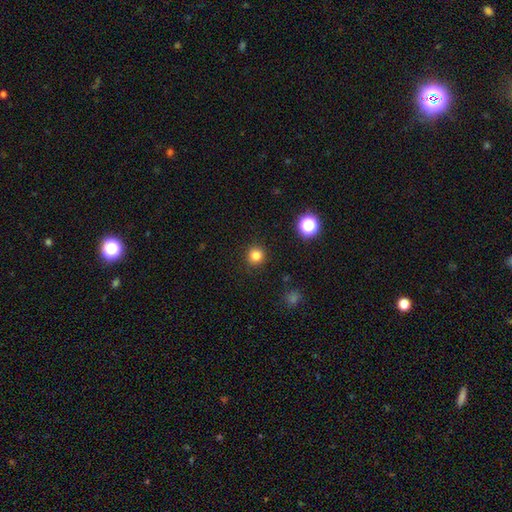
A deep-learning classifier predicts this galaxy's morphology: Smooth or featured?
  - smooth: 82% *
  - star or artifact: 14%
  - featured or disk: 5%
How rounded?
  - round: 94% *
  - in between: 6%
  - cigar-shaped: 1%
Merging?
  - none: 91% *
  - minor disturbance: 6%
  - major disturbance: 2%
  - merger: 1%